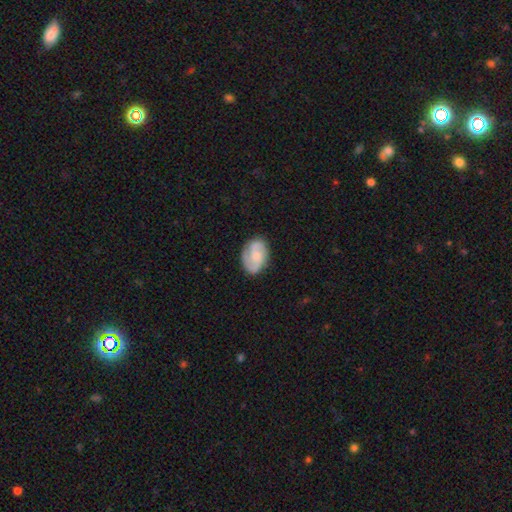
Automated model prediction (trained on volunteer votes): This appears to be a featured or disk galaxy (63%) with no bar (60%), 2 (69%) medium (47%) spiral arms (92%) and a small central bulge (38%). Merging: none (77%).